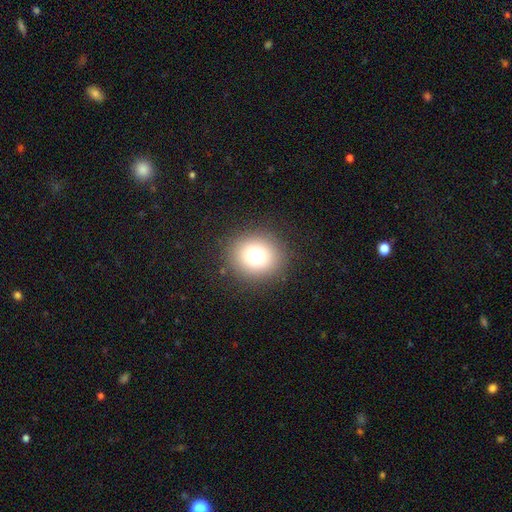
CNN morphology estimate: Smooth or featured? smooth (76%)
How rounded? round (83%)
Merging? none (88%)